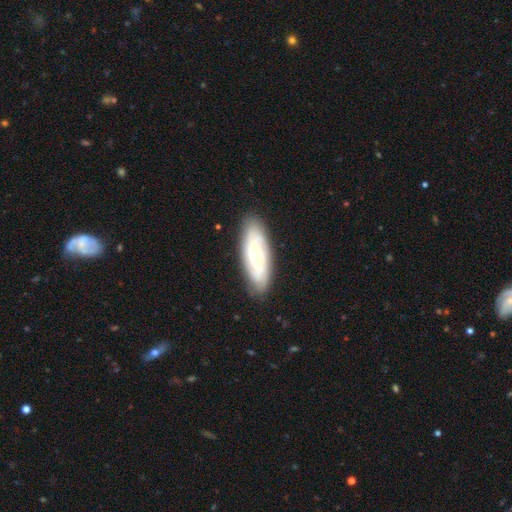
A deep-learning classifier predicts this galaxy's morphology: Overall: featured or disk (59%; smooth 35%). Edge-on disk: no (80%). Merging: none (85%).